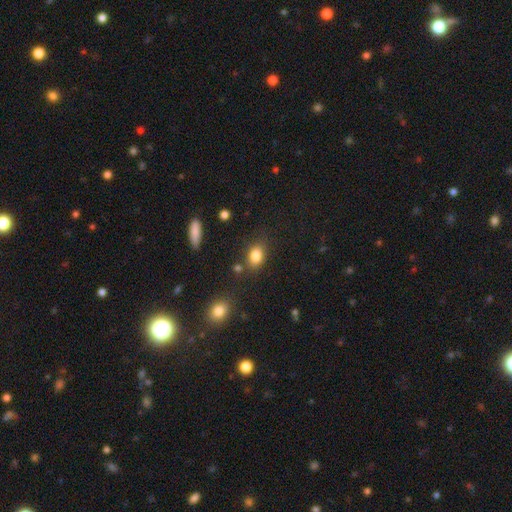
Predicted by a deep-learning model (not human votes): Overall: smooth (83%). How rounded: in between (73%). Merging: none (75%).